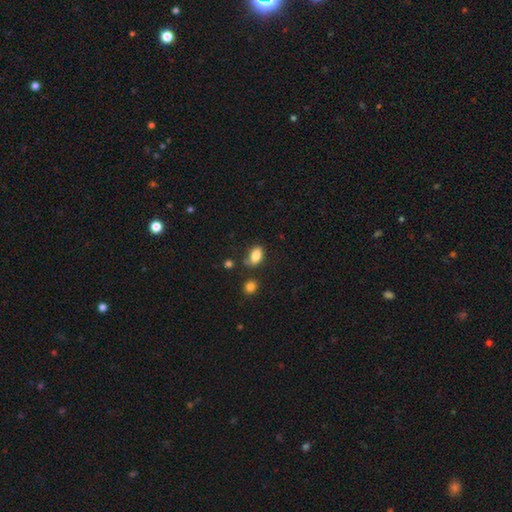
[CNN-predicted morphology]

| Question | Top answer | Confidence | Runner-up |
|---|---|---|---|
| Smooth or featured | smooth | 84% | star or artifact (9%) |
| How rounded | in between | 88% | round (10%) |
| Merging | none | 61% | minor disturbance (24%) |